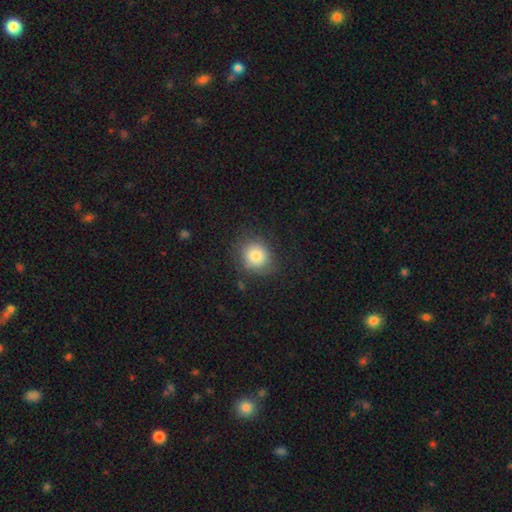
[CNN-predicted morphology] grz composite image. It shows a smooth galaxy with no disk features (81%) that is round (74%). Merging: none (75%).